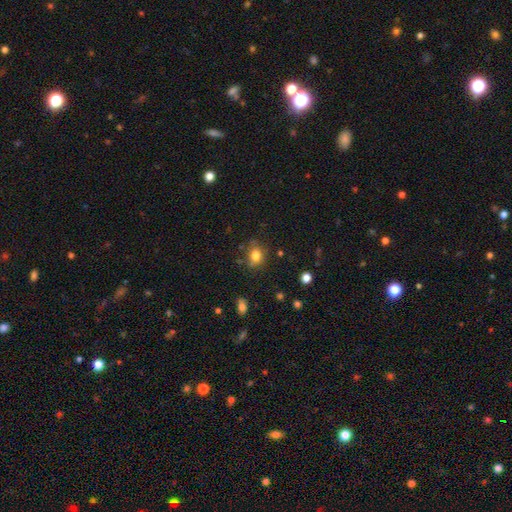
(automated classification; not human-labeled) Q: Smooth or featured?
A: smooth (79%); runner-up: star or artifact (12%)
Q: How rounded?
A: round (52%); runner-up: in between (47%)
Q: Merging?
A: none (71%); runner-up: minor disturbance (20%)